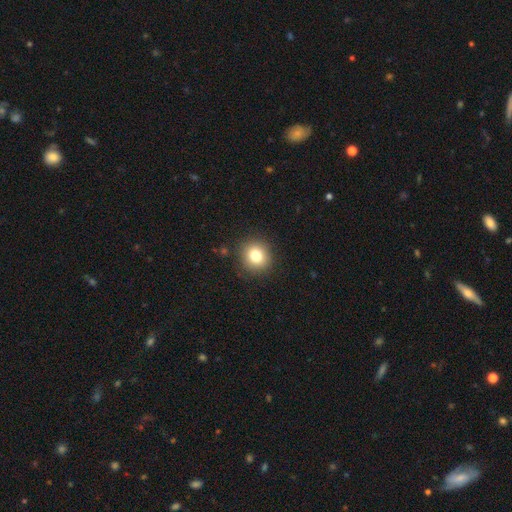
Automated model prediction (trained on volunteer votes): Q: Smooth or featured?
A: smooth (79%); runner-up: star or artifact (12%)
Q: How rounded?
A: round (88%); runner-up: in between (11%)
Q: Merging?
A: none (89%); runner-up: minor disturbance (7%)